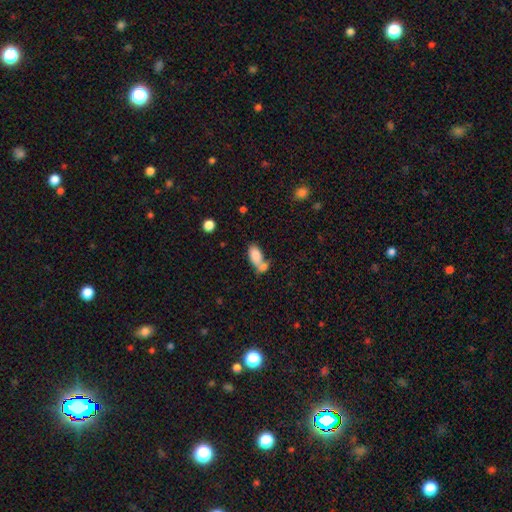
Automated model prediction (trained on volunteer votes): The model was most divided on "merging": merger: 57%, none: 28%, minor disturbance: 10%, major disturbance: 5%. More confident: how rounded — in between (91%); smooth or featured — smooth (82%).